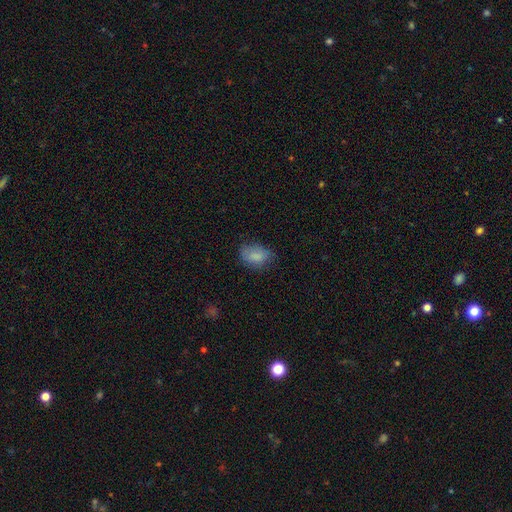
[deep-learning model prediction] Morphology: type=smooth (81%); roundness=in between (81%); merging=none (61%).